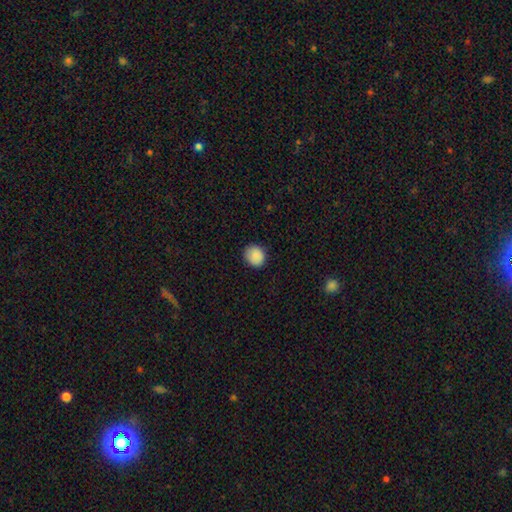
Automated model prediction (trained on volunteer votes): Smooth or featured? Predicted: smooth (p=0.88). How rounded? Predicted: round (p=0.72). Merging? Predicted: none (p=0.86).